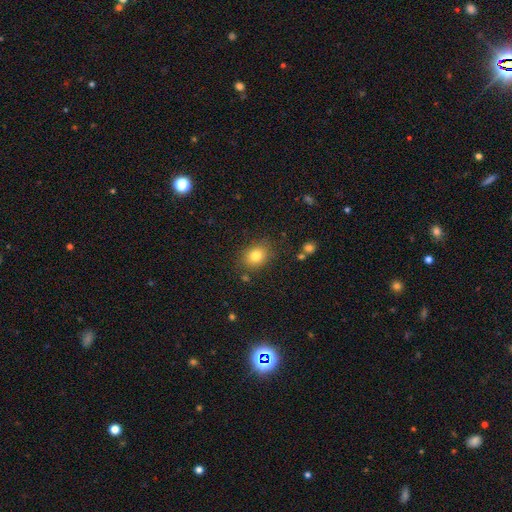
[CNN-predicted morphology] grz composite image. It shows a smooth galaxy with no disk features (80%) that is in between round and cigar-shaped (50%). Merging: none (82%).